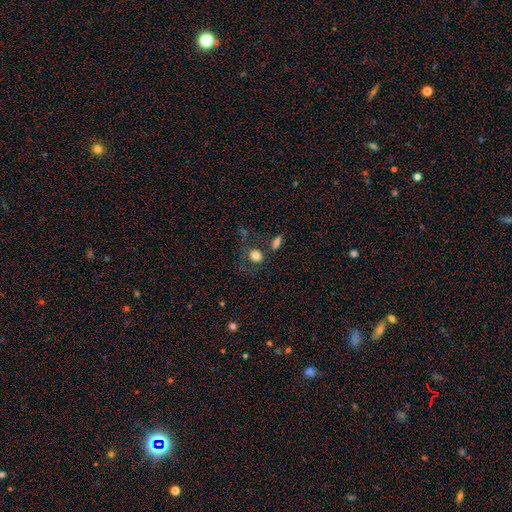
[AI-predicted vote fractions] The model was most divided on "how rounded": round: 64%, in between: 34%, cigar-shaped: 2%. More confident: smooth or featured — smooth (78%); merging — none (57%).